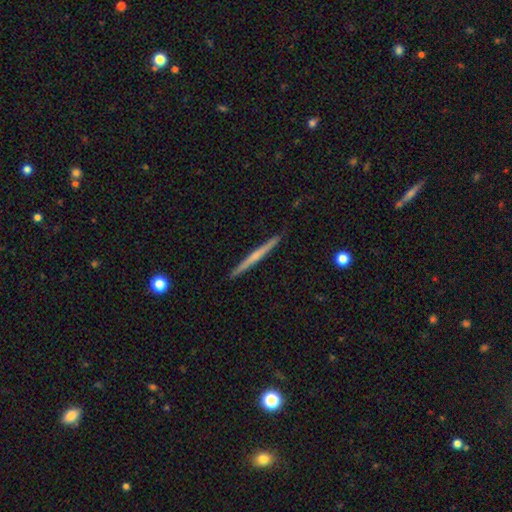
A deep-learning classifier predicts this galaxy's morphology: This appears to be a featured or disk galaxy (56%) viewed edge-on (98%) with no central bulge (63%). Merging: none (92%).